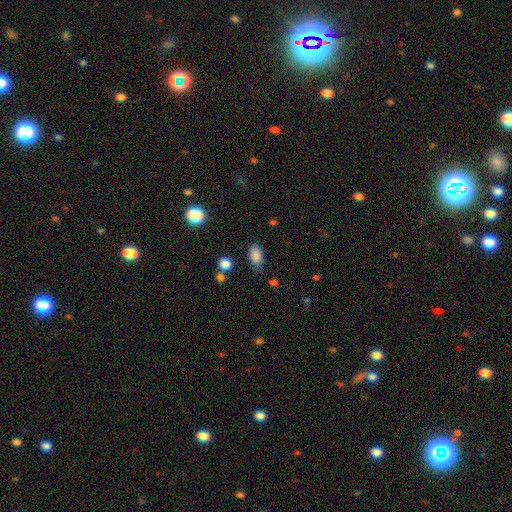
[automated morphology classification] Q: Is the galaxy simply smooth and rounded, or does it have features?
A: smooth — 86%.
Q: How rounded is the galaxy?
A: in between — 91%.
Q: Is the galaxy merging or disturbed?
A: none — 73%.